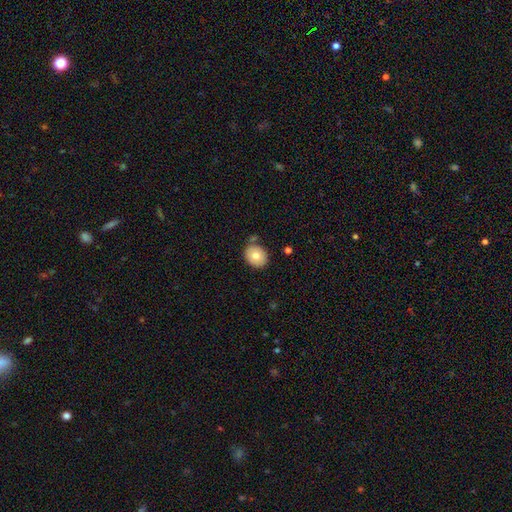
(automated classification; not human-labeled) Q: Smooth or featured?
A: smooth (78%); runner-up: featured or disk (14%)
Q: How rounded?
A: round (64%); runner-up: in between (35%)
Q: Merging?
A: none (74%); runner-up: minor disturbance (14%)